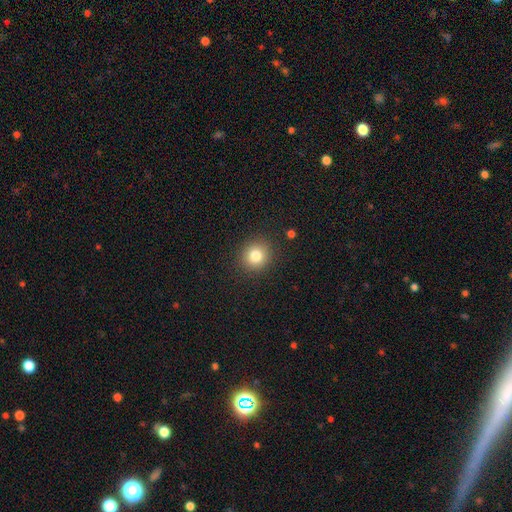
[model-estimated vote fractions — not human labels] smooth_or_featured: smooth (p=0.81) [alt: star or artifact p=0.12]
how_rounded: round (p=0.88) [alt: in between p=0.11]
merging: none (p=0.90) [alt: minor disturbance p=0.06]